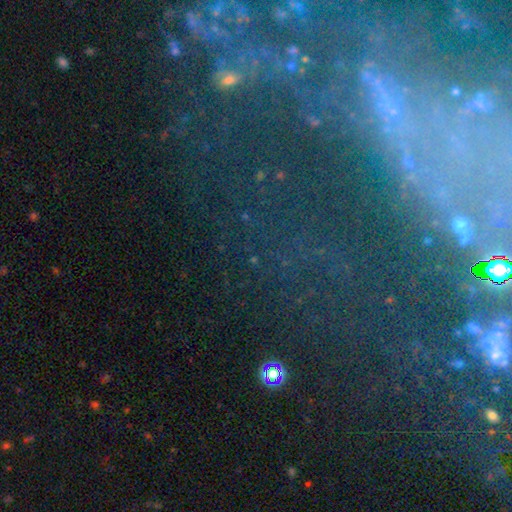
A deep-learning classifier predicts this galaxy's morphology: This is possibly a star or artifact rather than a galaxy (57%).